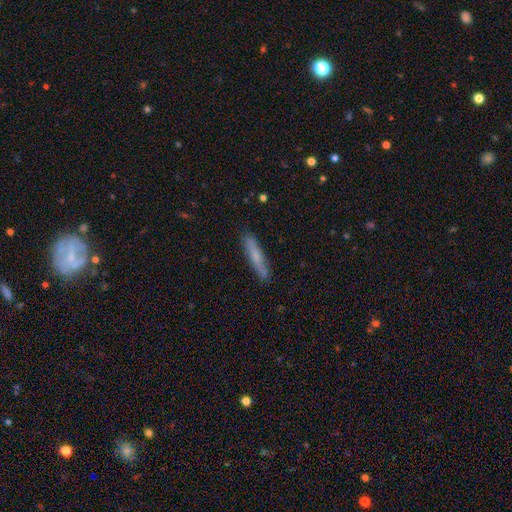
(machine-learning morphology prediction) Overall: smooth (64%; featured or disk 30%). How rounded: cigar-shaped (92%). Merging: none (87%).